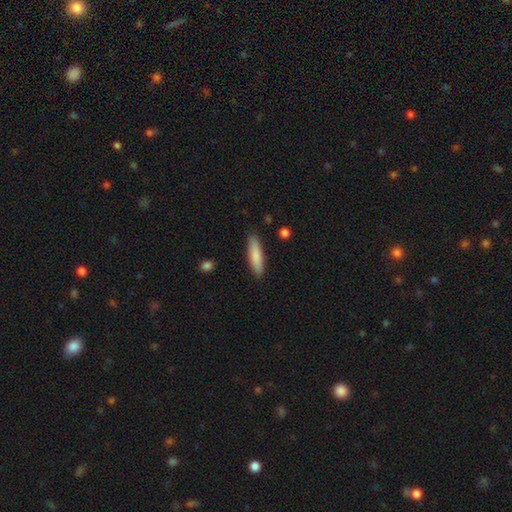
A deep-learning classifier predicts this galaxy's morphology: The model was most divided on "how rounded": cigar-shaped: 73%, in between: 25%, round: 1%. More confident: merging — none (88%); smooth or featured — smooth (83%).